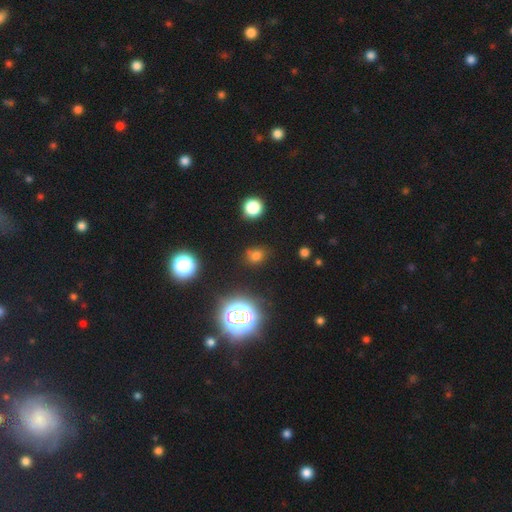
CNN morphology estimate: Q: Smooth or featured?
A: smooth (65%); runner-up: star or artifact (28%)
Q: How rounded?
A: round (65%); runner-up: in between (34%)
Q: Merging?
A: none (77%); runner-up: minor disturbance (14%)